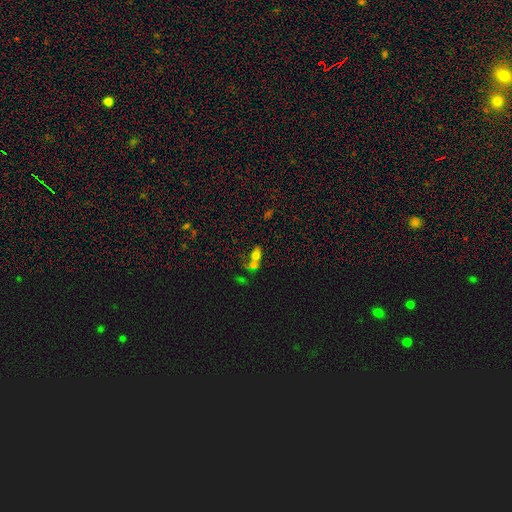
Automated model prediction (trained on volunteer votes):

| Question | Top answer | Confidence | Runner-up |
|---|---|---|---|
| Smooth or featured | smooth | 61% | featured or disk (22%) |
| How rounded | in between | 74% | round (19%) |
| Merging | merger | 58% | none (25%) |